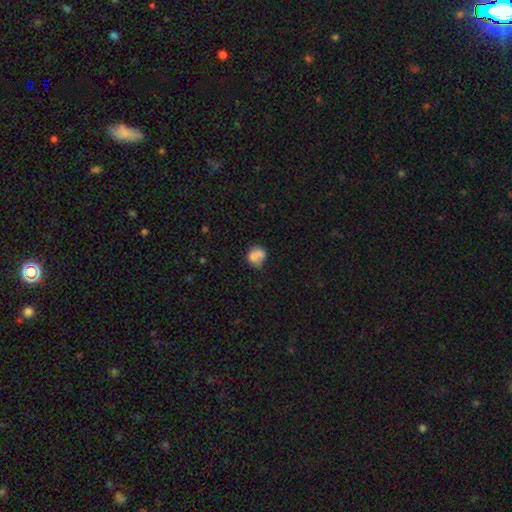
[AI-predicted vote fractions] Smooth or featured: smooth — 73% (featured or disk — 18%)
How rounded: round — 67% (in between — 32%)
Merging: merger — 42% (none — 34%)